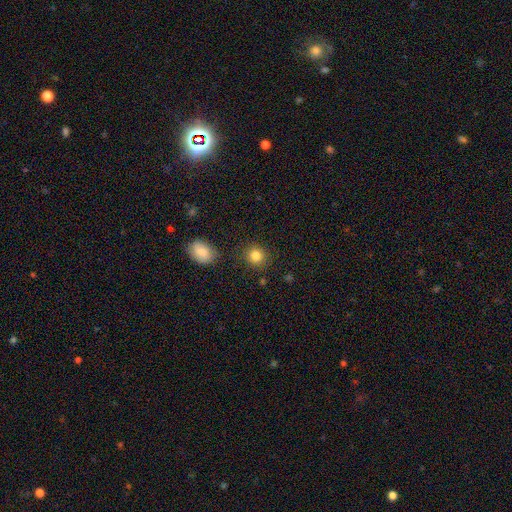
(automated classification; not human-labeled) smooth-or-featured: smooth: 84% | star or artifact: 10% | featured or disk: 5%
  how-rounded: round: 83% | in between: 16% | cigar-shaped: 1%
  merging: none: 87% | minor disturbance: 8% | merger: 3% | major disturbance: 3%